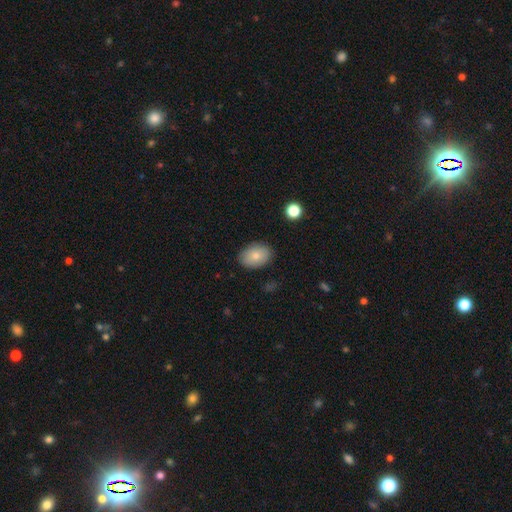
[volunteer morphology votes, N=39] Smooth or featured? smooth (82%)
How rounded? in between (78%)
Merging? none (89%)